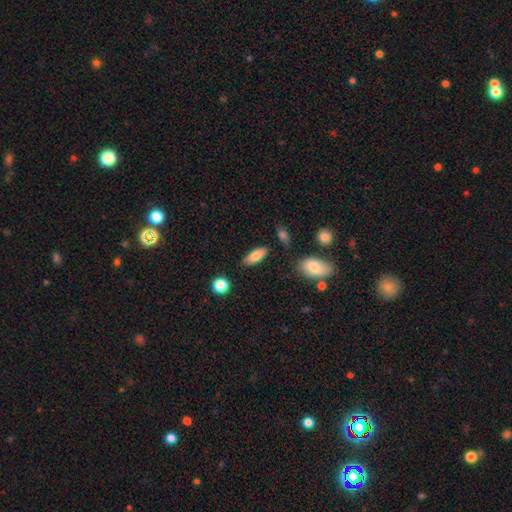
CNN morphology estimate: Smooth or featured?
  - smooth: 81% *
  - featured or disk: 12%
  - star or artifact: 7%
How rounded?
  - in between: 78% *
  - cigar-shaped: 19%
  - round: 3%
Merging?
  - none: 83% *
  - minor disturbance: 11%
  - merger: 3%
  - major disturbance: 3%